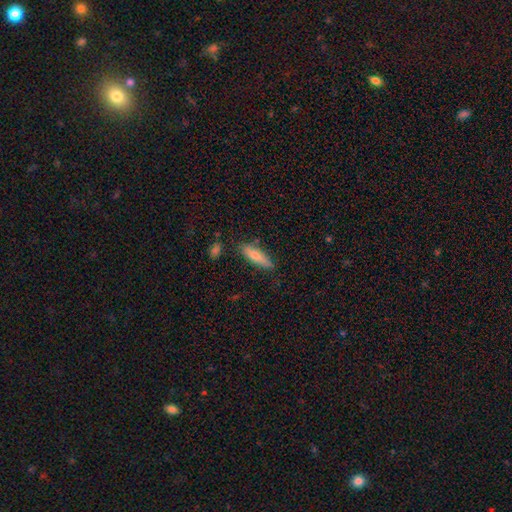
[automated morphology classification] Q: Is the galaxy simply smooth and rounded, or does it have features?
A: smooth — 75%.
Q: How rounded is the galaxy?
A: cigar-shaped — 61%.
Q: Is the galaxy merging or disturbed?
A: none — 77%.